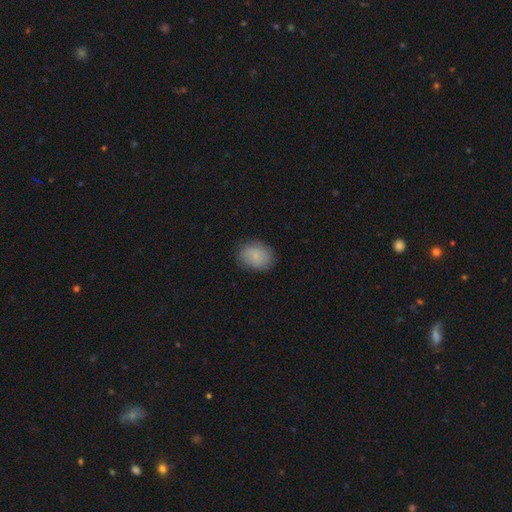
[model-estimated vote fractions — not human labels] Smooth or featured? Predicted: smooth (p=0.81). How rounded? Predicted: in between (p=0.57). Merging? Predicted: none (p=0.80).